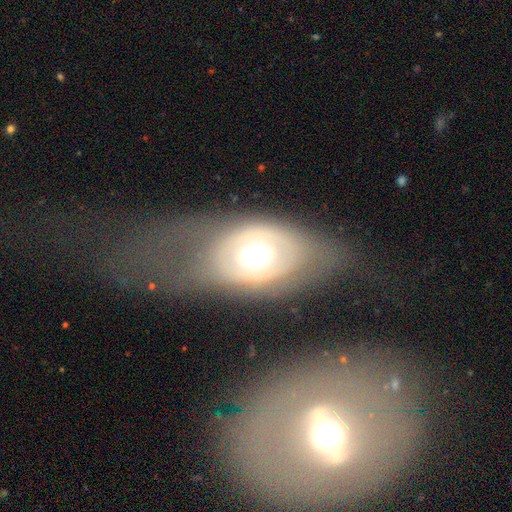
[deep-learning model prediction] The model was most divided on "smooth or featured": featured or disk: 57%, smooth: 35%, star or artifact: 8%. More confident: edge-on disk — no (86%); merging — none (61%).